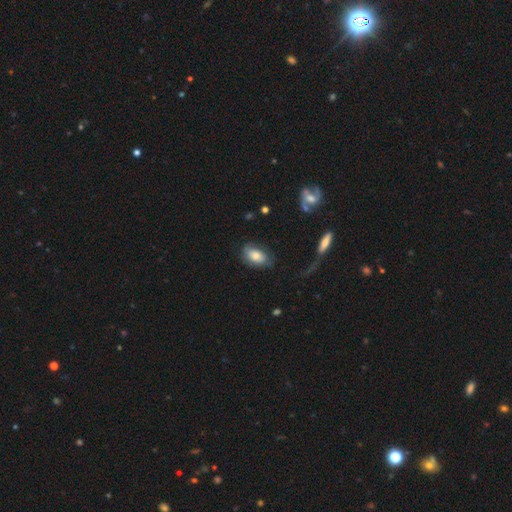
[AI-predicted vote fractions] Smooth or featured? Predicted: smooth (p=0.73). How rounded? Predicted: in between (p=0.90). Merging? Predicted: none (p=0.66).